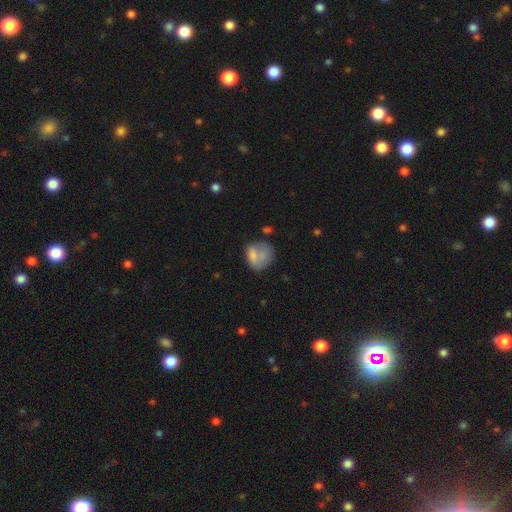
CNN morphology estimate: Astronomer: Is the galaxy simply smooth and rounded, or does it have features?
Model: smooth — 71%.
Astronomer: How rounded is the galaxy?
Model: round — 59% (runner-up: in between, 40%).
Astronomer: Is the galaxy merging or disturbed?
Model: none — 41% (runner-up: minor disturbance, 26%).